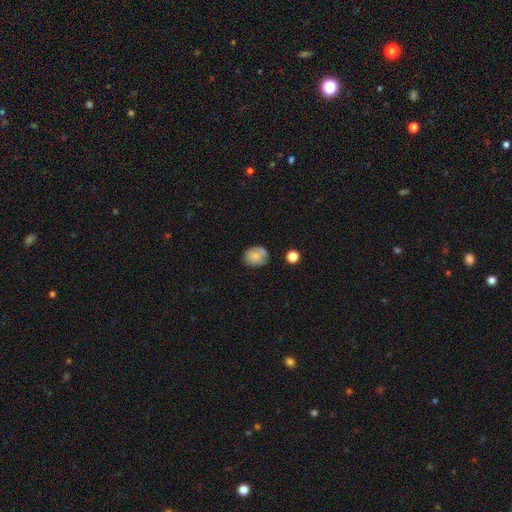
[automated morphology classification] Overall: smooth (76%). How rounded: round (55%; in between 44%). Merging: none (66%).